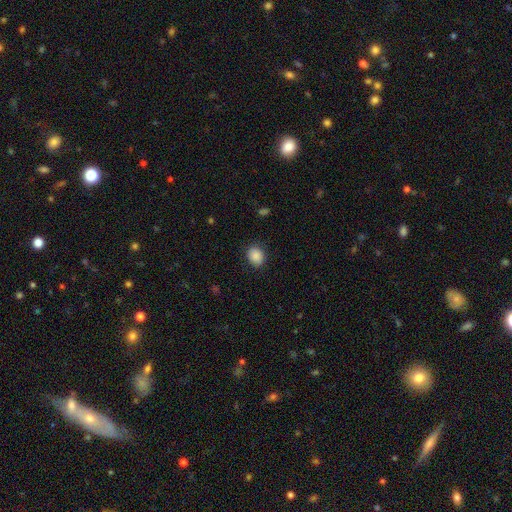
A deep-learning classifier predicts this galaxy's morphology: smooth 88%, star or artifact 8%, featured or disk 4%. Down the decision tree: how rounded — round (61%); merging — none (86%).